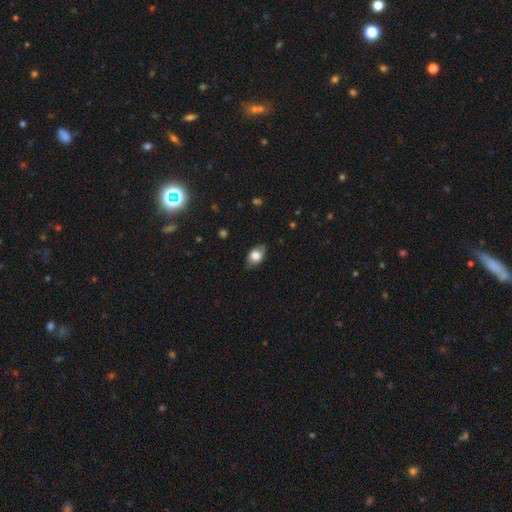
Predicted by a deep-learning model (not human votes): Smooth or featured: smooth — 73% (featured or disk — 19%)
How rounded: in between — 84% (round — 14%)
Merging: none — 76% (minor disturbance — 19%)